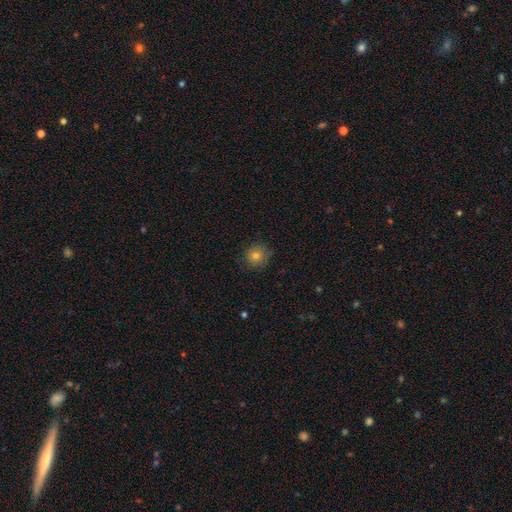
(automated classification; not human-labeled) smooth_or_featured: smooth (p=0.76) [alt: star or artifact p=0.13]
how_rounded: round (p=0.92) [alt: in between p=0.07]
merging: none (p=0.83) [alt: minor disturbance p=0.13]